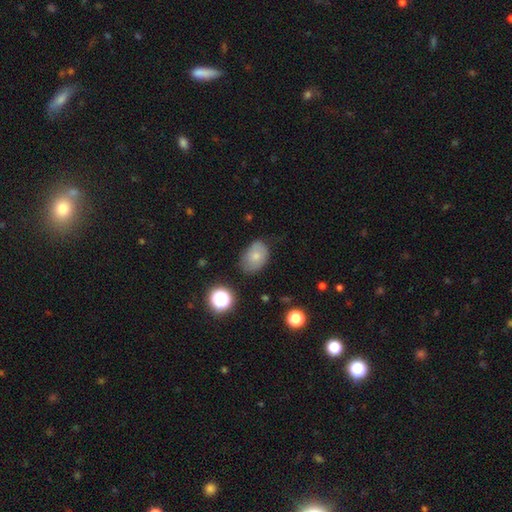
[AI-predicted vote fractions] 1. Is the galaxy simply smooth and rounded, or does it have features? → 74% smooth, 16% featured or disk, 10% star or artifact.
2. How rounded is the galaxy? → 76% in between, 23% round, 1% cigar-shaped.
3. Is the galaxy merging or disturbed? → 65% none, 27% minor disturbance, 6% major disturbance, 2% merger.